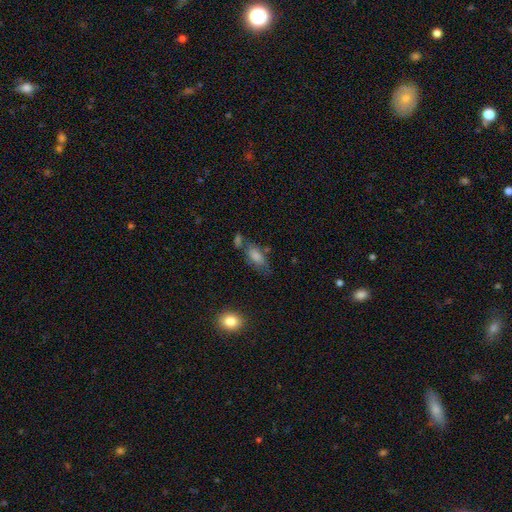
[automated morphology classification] smooth 64%, featured or disk 23%, star or artifact 13%. Down the decision tree: how rounded — in between (79%); merging — none (53%).